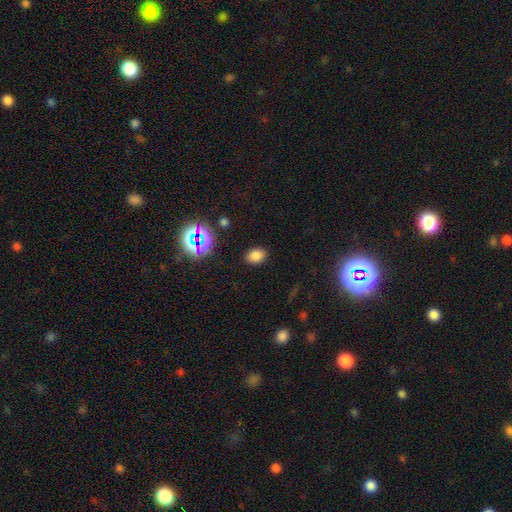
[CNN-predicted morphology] Smooth or featured: smooth — 76% (star or artifact — 18%)
How rounded: in between — 73% (round — 26%)
Merging: none — 87% (minor disturbance — 9%)